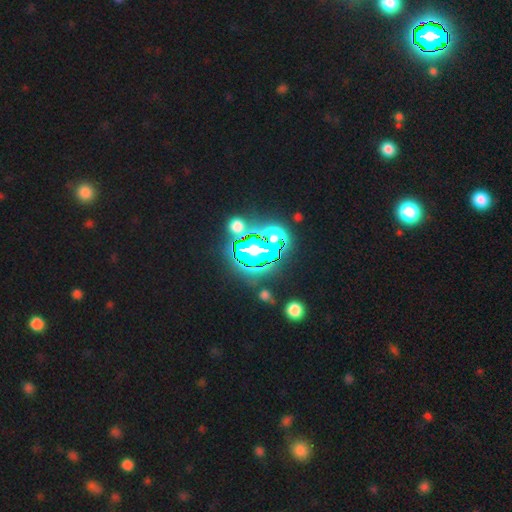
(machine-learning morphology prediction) Smooth or featured?
  - star or artifact: 74% *
  - smooth: 14%
  - featured or disk: 11%